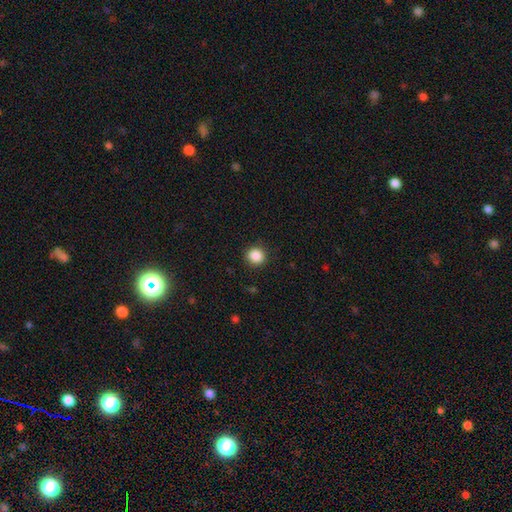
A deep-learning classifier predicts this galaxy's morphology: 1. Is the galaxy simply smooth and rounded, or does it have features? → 87% smooth, 10% star or artifact, 3% featured or disk.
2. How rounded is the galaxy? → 89% round, 10% in between, 1% cigar-shaped.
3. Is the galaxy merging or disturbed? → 90% none, 7% minor disturbance, 2% major disturbance, 1% merger.